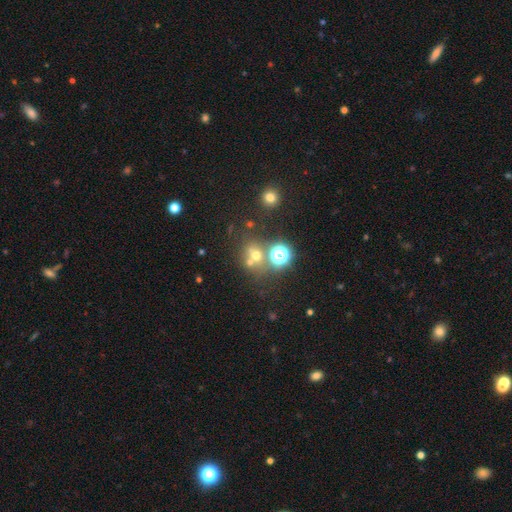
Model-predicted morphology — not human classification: Q: Smooth or featured?
A: smooth (53%); runner-up: star or artifact (33%)
Q: How rounded?
A: round (78%); runner-up: in between (21%)
Q: Merging?
A: none (57%); runner-up: merger (27%)